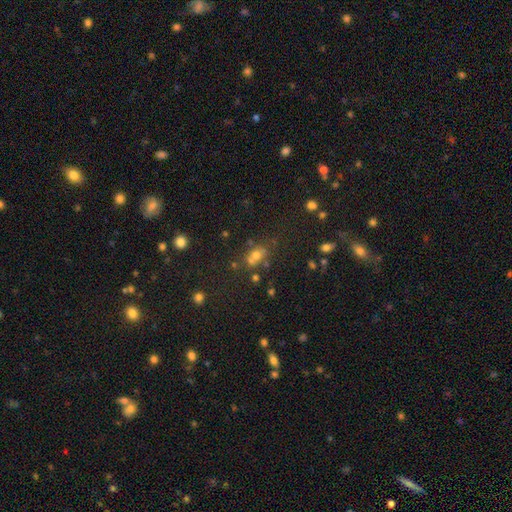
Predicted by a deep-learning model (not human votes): Q: Smooth or featured?
A: smooth (51%); runner-up: star or artifact (36%)
Q: How rounded?
A: in between (48%); tied with: round (48%)
Q: Merging?
A: none (59%); runner-up: merger (19%)